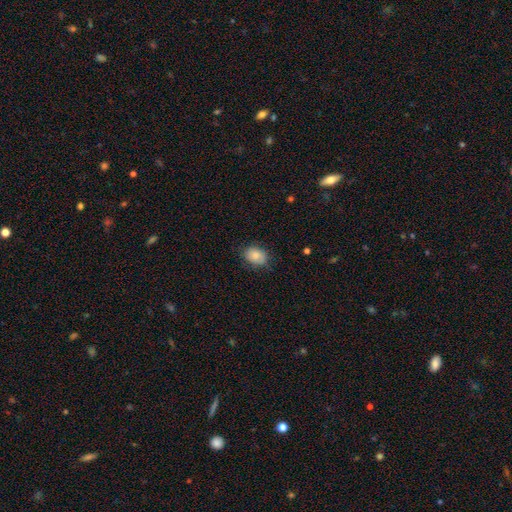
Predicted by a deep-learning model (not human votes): A smooth galaxy with no disk features (83%) that is in between round and cigar-shaped (69%).

Vote fractions:
- Smooth or featured? smooth: 83% / featured or disk: 9% / star or artifact: 8%
- How rounded? in between: 69% / round: 30% / cigar-shaped: 1%
- Merging? none: 77% / minor disturbance: 18% / major disturbance: 4% / merger: 1%